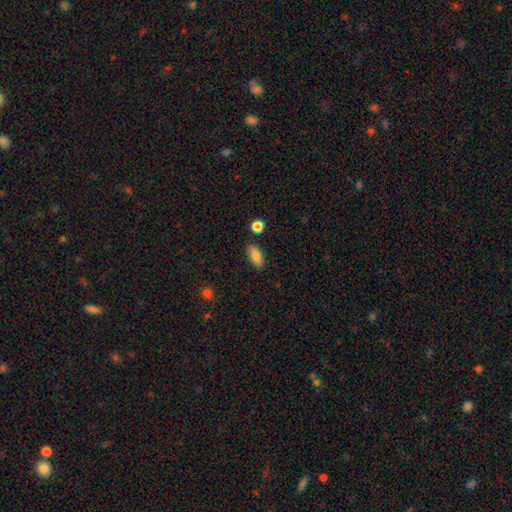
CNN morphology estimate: Smooth or featured?
  - smooth: 85% *
  - star or artifact: 8%
  - featured or disk: 7%
How rounded?
  - in between: 89% *
  - cigar-shaped: 7%
  - round: 4%
Merging?
  - none: 85% *
  - minor disturbance: 10%
  - merger: 3%
  - major disturbance: 2%